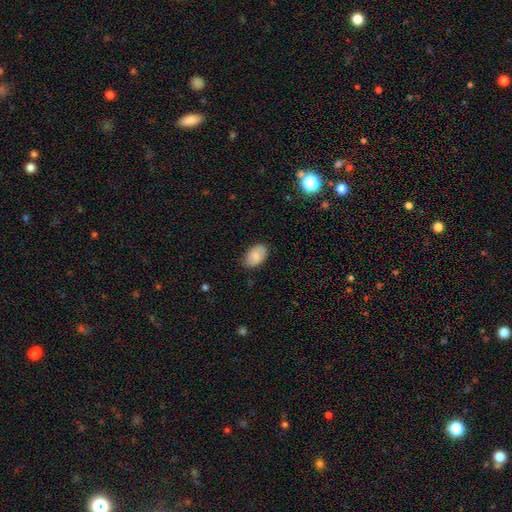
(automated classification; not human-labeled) smooth 76%, featured or disk 17%, star or artifact 7%. Down the decision tree: how rounded — in between (91%); merging — none (81%).